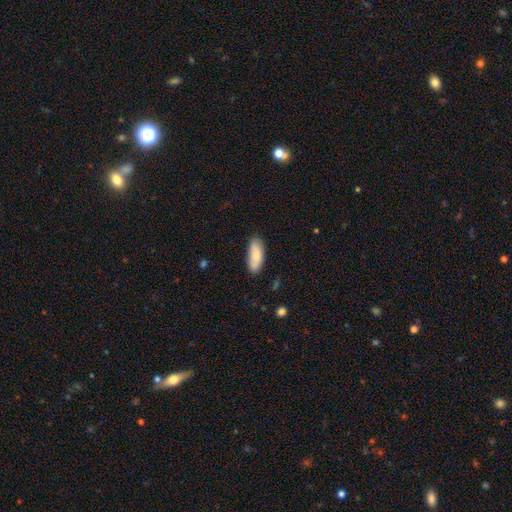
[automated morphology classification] Smooth or featured: smooth — 77% (featured or disk — 17%)
How rounded: in between — 78% (cigar-shaped — 20%)
Merging: none — 80% (minor disturbance — 16%)